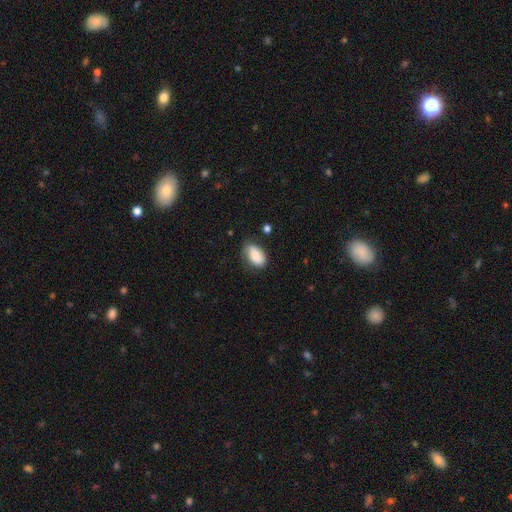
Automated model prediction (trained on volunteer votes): smooth-or-featured: smooth: 77% | featured or disk: 16% | star or artifact: 7%
  how-rounded: in between: 91% | round: 7% | cigar-shaped: 2%
  merging: none: 68% | minor disturbance: 24% | major disturbance: 6% | merger: 2%